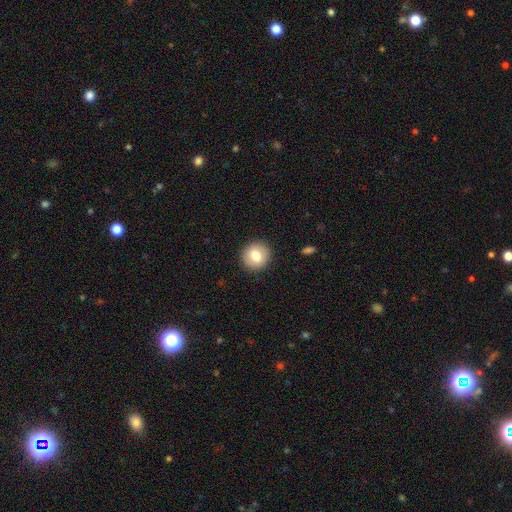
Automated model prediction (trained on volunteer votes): The model was most divided on "smooth or featured": smooth: 78%, featured or disk: 14%, star or artifact: 8%. More confident: merging — none (91%); how rounded — round (90%).